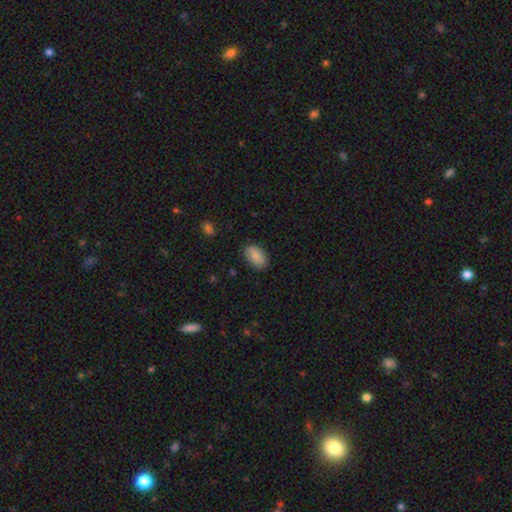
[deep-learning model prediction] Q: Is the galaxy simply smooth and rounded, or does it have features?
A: smooth — 85%.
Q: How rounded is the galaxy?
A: in between — 93%.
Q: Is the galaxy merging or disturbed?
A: none — 84%.